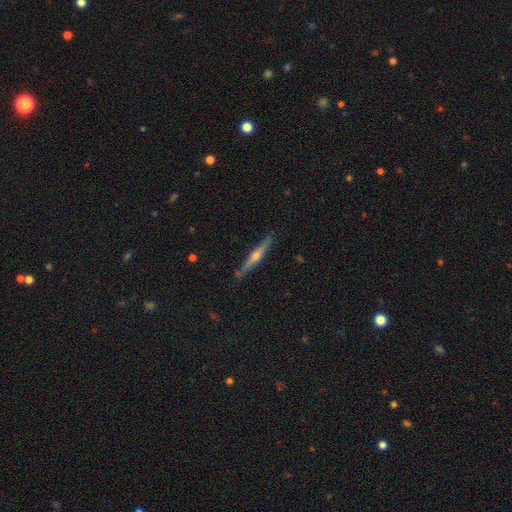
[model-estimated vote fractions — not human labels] Q: Smooth or featured?
A: featured or disk (73%); runner-up: smooth (21%)
Q: Edge-on disk?
A: yes (97%); runner-up: no (3%)
Q: Edge-on bulge?
A: rounded (87%); runner-up: none (9%)
Q: Merging?
A: none (88%); runner-up: minor disturbance (9%)